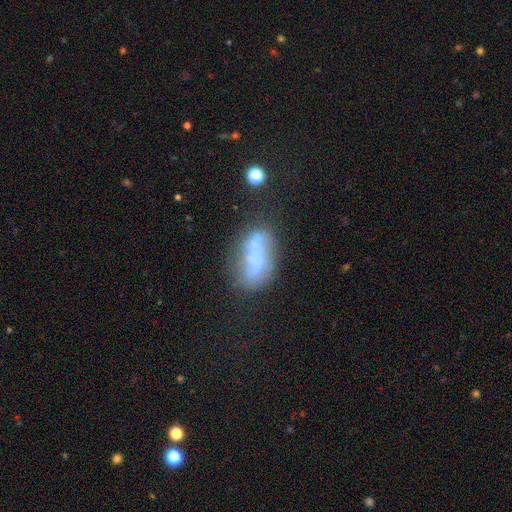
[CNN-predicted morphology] A featured or disk galaxy (44%, tied with smooth).

Vote fractions:
- Smooth or featured? featured or disk: 44% (tied) / smooth: 44% (tied) / star or artifact: 12%
- Merging? none: 47% / minor disturbance: 24% / major disturbance: 15% / merger: 15%